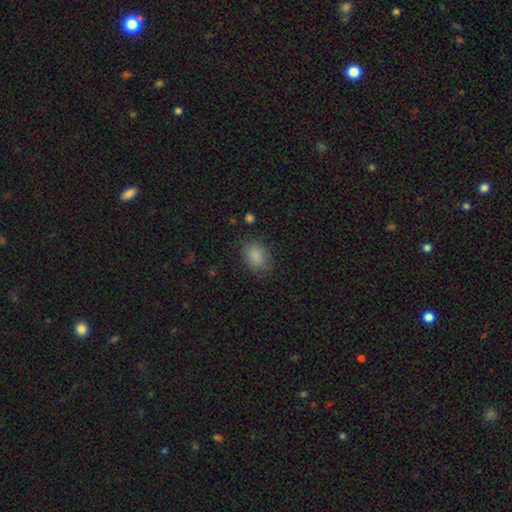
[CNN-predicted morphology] A smooth galaxy with no disk features (86%) that is in between round and cigar-shaped (75%). Merging: none (78%).